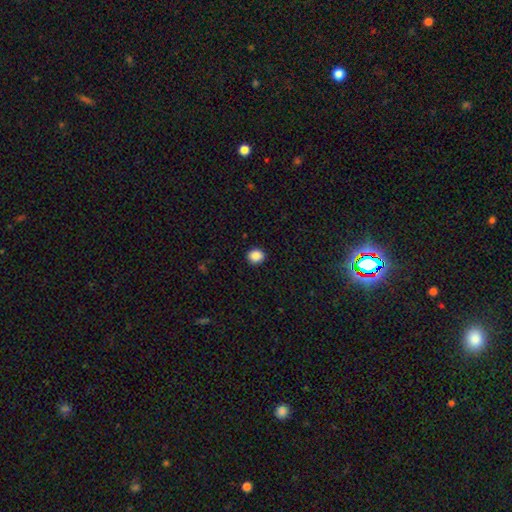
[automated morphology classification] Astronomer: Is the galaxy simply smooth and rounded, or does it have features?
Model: smooth — 88%.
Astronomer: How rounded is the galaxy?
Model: round — 83%.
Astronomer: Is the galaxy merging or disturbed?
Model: none — 92%.